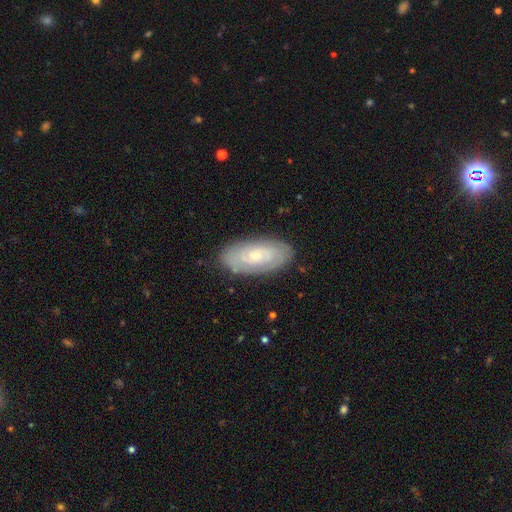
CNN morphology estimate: Smooth or featured? Predicted: featured or disk (p=0.62). Edge-on disk? Predicted: no (p=0.91). Bar? Predicted: no (p=0.77). Spiral arms? Predicted: yes (p=0.71). Bulge size? Predicted: small (p=0.67). Merging? Predicted: none (p=0.84).